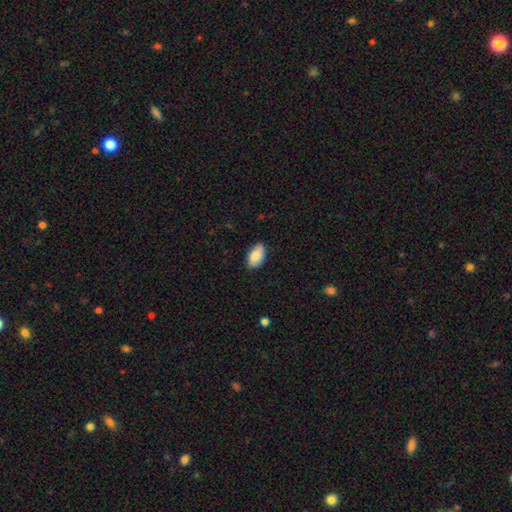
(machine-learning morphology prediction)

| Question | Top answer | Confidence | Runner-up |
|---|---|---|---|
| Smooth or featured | smooth | 84% | featured or disk (10%) |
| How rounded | in between | 94% | round (4%) |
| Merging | none | 83% | minor disturbance (14%) |